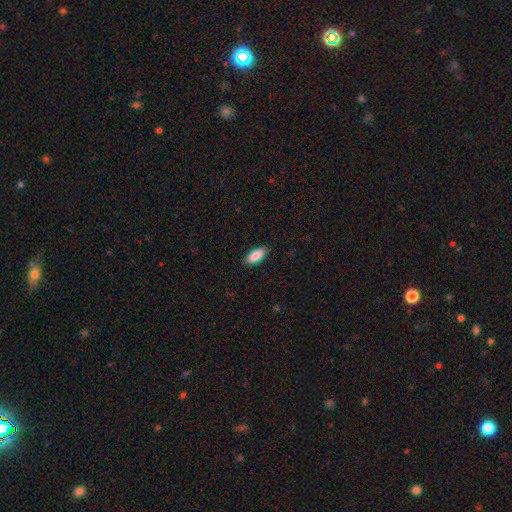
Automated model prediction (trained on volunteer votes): A smooth galaxy with no disk features (88%) that is in between round and cigar-shaped (86%).

Vote fractions:
- Smooth or featured? smooth: 88% / featured or disk: 6% / star or artifact: 6%
- How rounded? in between: 86% / cigar-shaped: 12% / round: 2%
- Merging? none: 88% / minor disturbance: 9% / major disturbance: 2% / merger: 1%